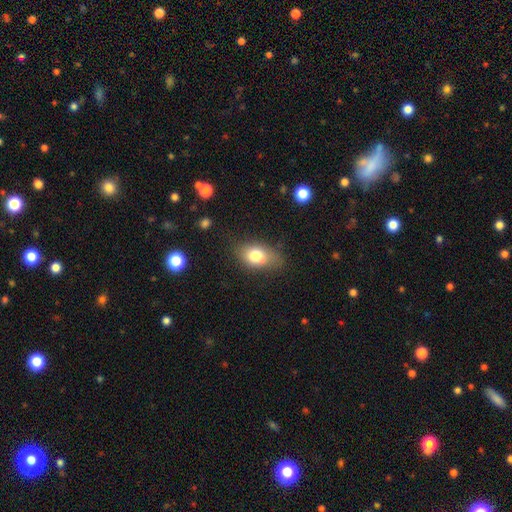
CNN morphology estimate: This appears to be a smooth galaxy with no disk features (76%) that is in between round and cigar-shaped (81%). Merging: none (60%).